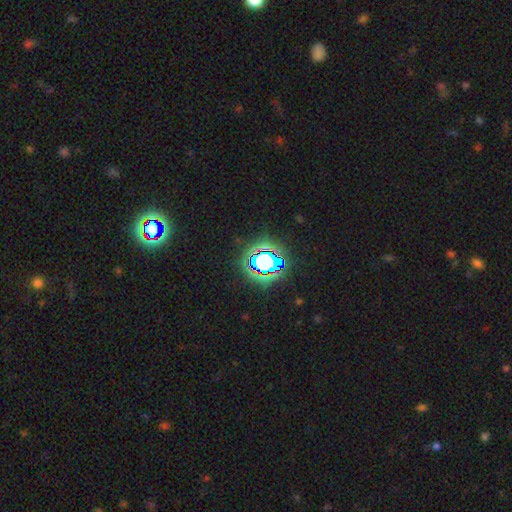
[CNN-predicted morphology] This is likely a star or artifact rather than a galaxy (78%).